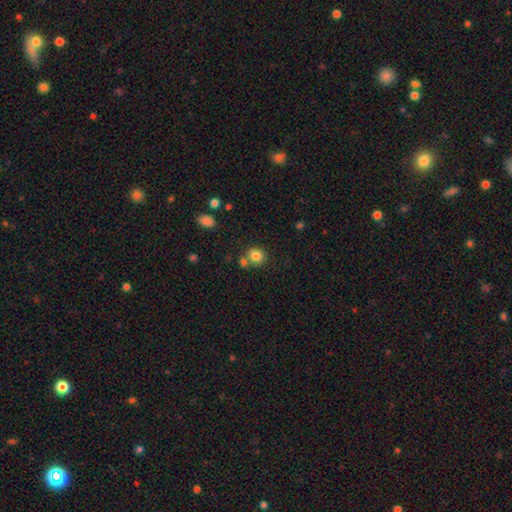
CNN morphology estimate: This is clearly a smooth galaxy (83%). How rounded: clearly round (82%). Merging: likely none (67%).